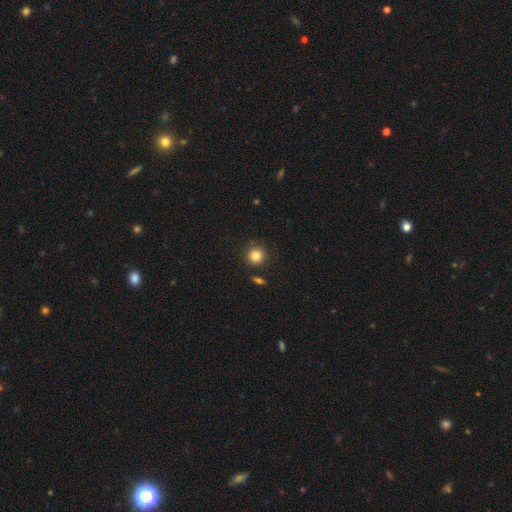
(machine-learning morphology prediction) Smooth or featured: smooth — 84% (star or artifact — 10%)
How rounded: round — 92% (in between — 7%)
Merging: none — 83% (minor disturbance — 10%)